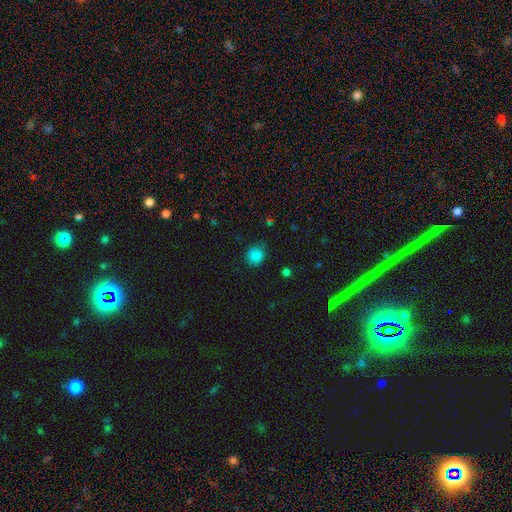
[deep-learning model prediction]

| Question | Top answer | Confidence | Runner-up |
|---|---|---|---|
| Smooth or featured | smooth | 85% | star or artifact (12%) |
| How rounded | round | 83% | in between (16%) |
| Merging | none | 75% | minor disturbance (19%) |